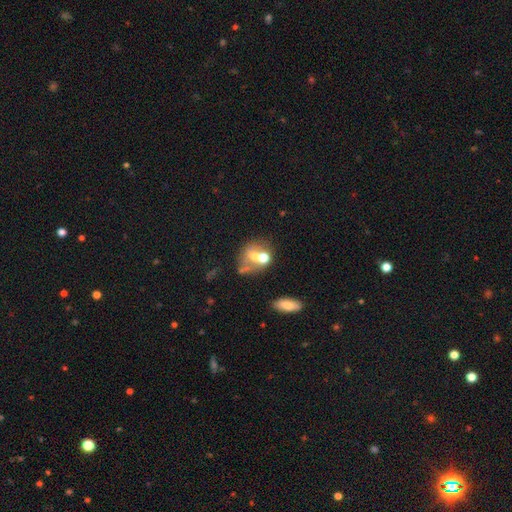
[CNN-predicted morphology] Smooth or featured?
  - smooth: 52% *
  - featured or disk: 35%
  - star or artifact: 13%
How rounded?
  - round: 59% *
  - in between: 40%
  - cigar-shaped: 1%
Merging?
  - merger: 46% *
  - none: 33%
  - minor disturbance: 12%
  - major disturbance: 9%